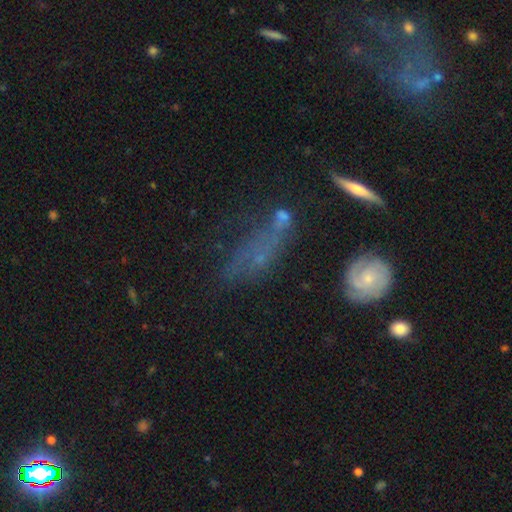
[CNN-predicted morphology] A featured or disk galaxy (49%).

Vote fractions:
- Smooth or featured? featured or disk: 49% / smooth: 32% / star or artifact: 18%
- Merging? none: 36% / major disturbance: 29% / minor disturbance: 24% / merger: 10%